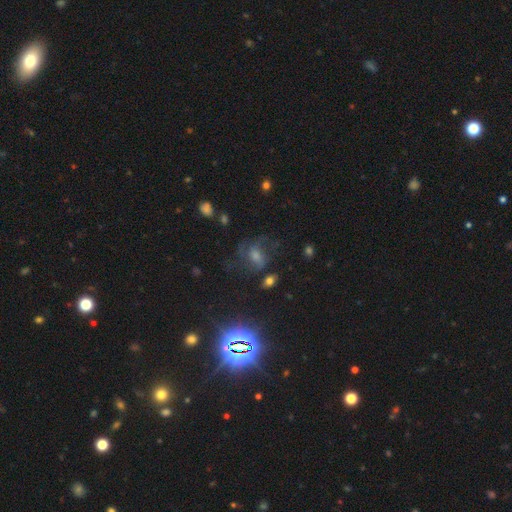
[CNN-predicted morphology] Smooth or featured? Predicted: star or artifact (p=0.41).